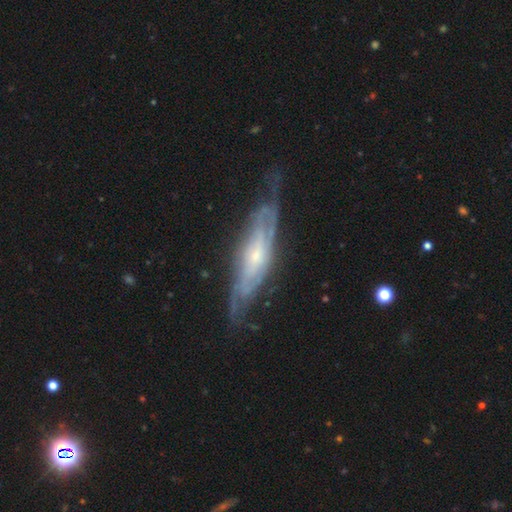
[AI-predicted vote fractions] Smooth or featured: featured or disk — 80% (smooth — 14%)
Edge-on disk: no — 67% (yes — 33%)
Bar: no — 66% (weak — 27%)
Spiral arms: yes — 87% (no — 13%)
Bulge size: small — 62% (moderate — 32%)
Merging: none — 65% (minor disturbance — 23%)